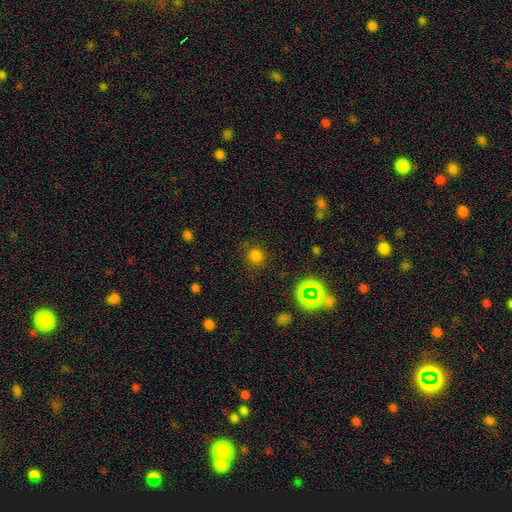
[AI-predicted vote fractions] Q: Smooth or featured?
A: smooth (73%); runner-up: star or artifact (22%)
Q: How rounded?
A: round (91%); runner-up: in between (8%)
Q: Merging?
A: none (84%); runner-up: minor disturbance (10%)